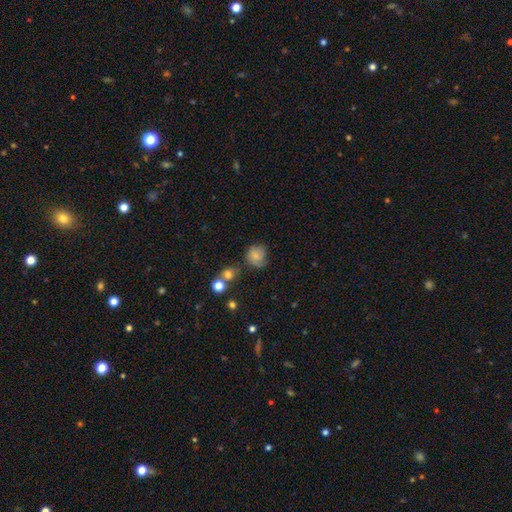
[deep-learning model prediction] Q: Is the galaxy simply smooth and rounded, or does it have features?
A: smooth — 66%.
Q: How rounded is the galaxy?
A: round — 78%.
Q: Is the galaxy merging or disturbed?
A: none — 54%.